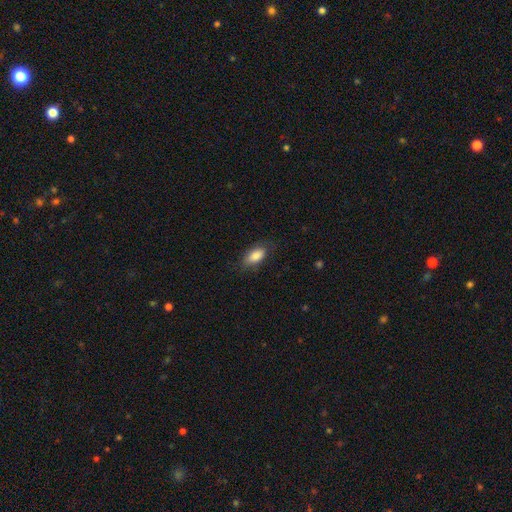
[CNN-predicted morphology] Smooth or featured? smooth (85%)
How rounded? in between (89%)
Merging? none (76%)